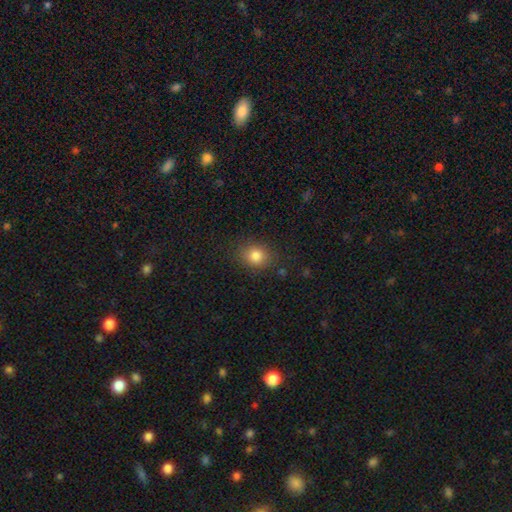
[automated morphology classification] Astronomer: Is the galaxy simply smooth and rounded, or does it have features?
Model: smooth — 82%.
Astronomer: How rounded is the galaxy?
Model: round — 66%.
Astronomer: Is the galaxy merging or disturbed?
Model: none — 85%.